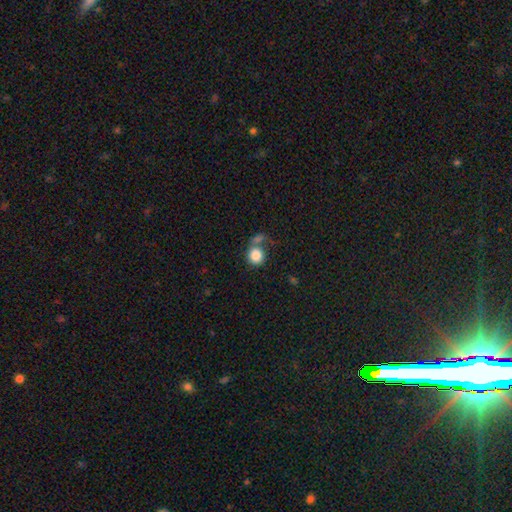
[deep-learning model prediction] Morphology: type=smooth (84%); roundness=round (86%); merging=none (48%).